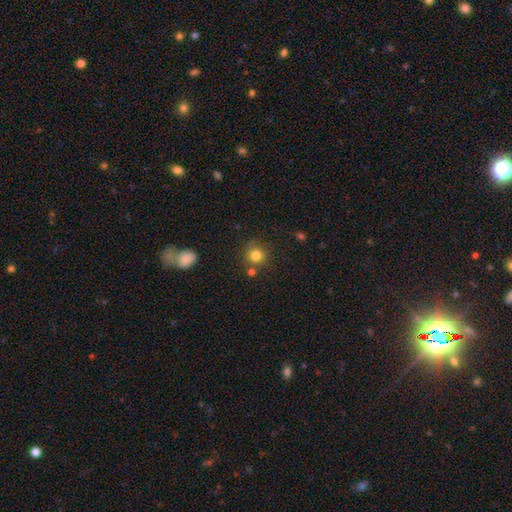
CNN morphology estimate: Smooth or featured: smooth — 81% (star or artifact — 12%)
How rounded: round — 92% (in between — 8%)
Merging: none — 76% (minor disturbance — 11%)